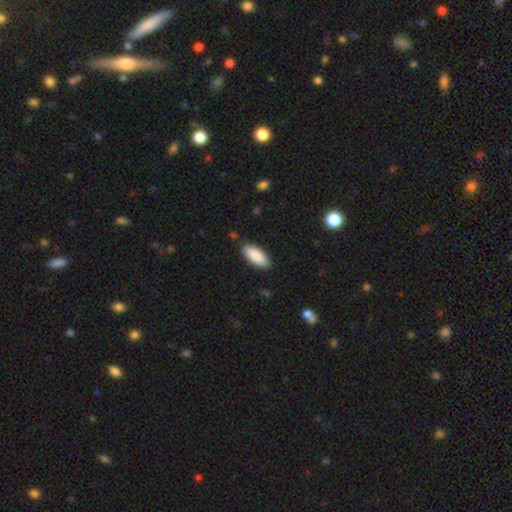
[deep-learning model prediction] Smooth or featured: smooth — 89% (featured or disk — 6%)
How rounded: in between — 88% (cigar-shaped — 11%)
Merging: none — 87% (minor disturbance — 10%)